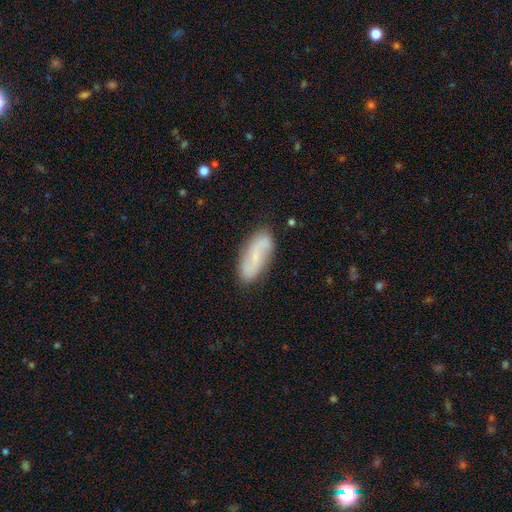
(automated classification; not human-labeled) The model was most divided on "bar": no: 45%, weak: 40%, strong: 15%. More confident: edge-on disk — no (92%); spiral arms — yes (90%); spiral arm count — 2 (89%); merging — none (84%); bulge size — small (66%); smooth or featured — featured or disk (61%); spiral winding — loose (52%).